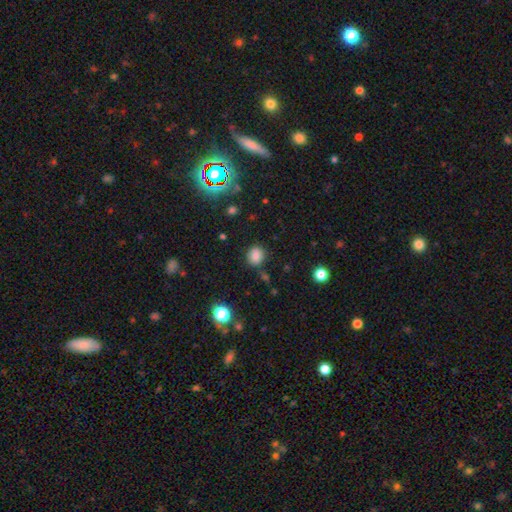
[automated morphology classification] smooth 82%, star or artifact 13%, featured or disk 5%. Down the decision tree: how rounded — round (68%); merging — none (82%).